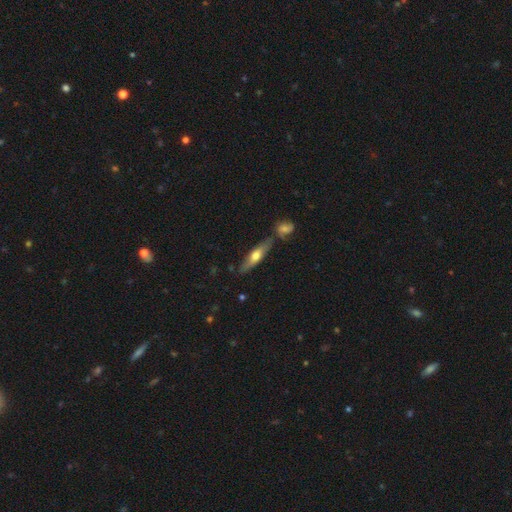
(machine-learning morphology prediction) Overall: featured or disk (48%; smooth 46%). Merging: none (75%).